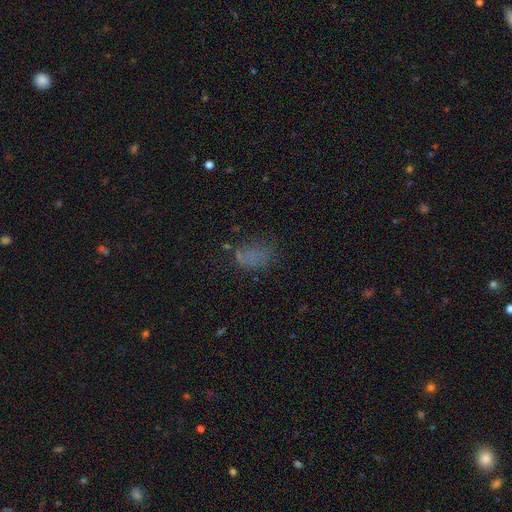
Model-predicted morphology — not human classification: This appears to be a smooth galaxy with no disk features (62%) that is in between round and cigar-shaped (83%). Merging: none (63%).